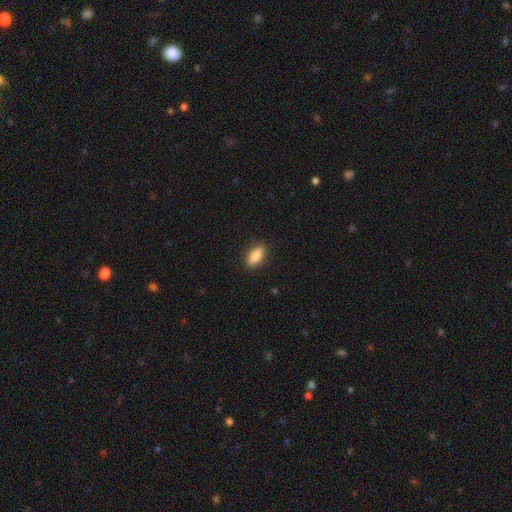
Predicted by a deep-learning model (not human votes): Smooth or featured?
  - smooth: 82% *
  - featured or disk: 12%
  - star or artifact: 7%
How rounded?
  - in between: 81% *
  - cigar-shaped: 15%
  - round: 4%
Merging?
  - none: 88% *
  - minor disturbance: 9%
  - major disturbance: 2%
  - merger: 1%